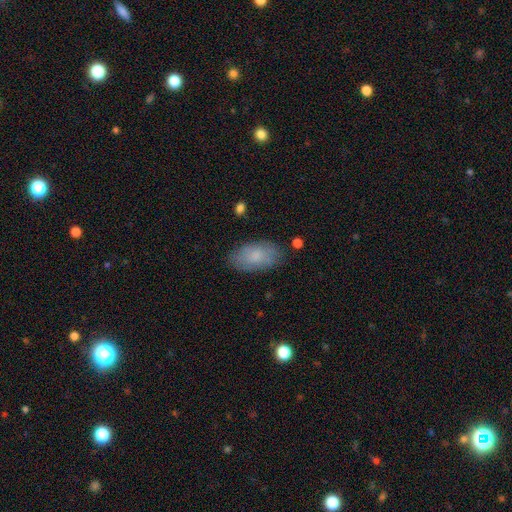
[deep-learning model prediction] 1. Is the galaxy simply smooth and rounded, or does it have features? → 76% smooth, 18% featured or disk, 7% star or artifact.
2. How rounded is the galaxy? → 94% in between, 3% round, 3% cigar-shaped.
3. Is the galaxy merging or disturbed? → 81% none, 14% minor disturbance, 3% major disturbance, 1% merger.